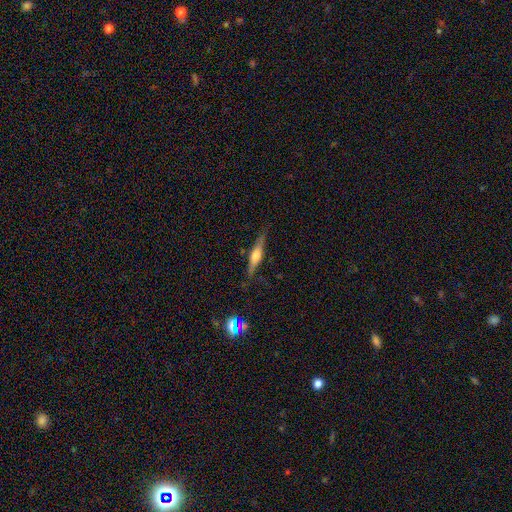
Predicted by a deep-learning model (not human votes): A featured or disk galaxy (65%) viewed edge-on (96%) with a rounded central bulge (86%).

Vote fractions:
- Smooth or featured? featured or disk: 65% / smooth: 28% / star or artifact: 7%
- Edge-on disk? yes: 96% / no: 4%
- Edge-on bulge? rounded: 86% / boxy: 10% / none: 4%
- Merging? none: 82% / minor disturbance: 13% / major disturbance: 3% / merger: 2%